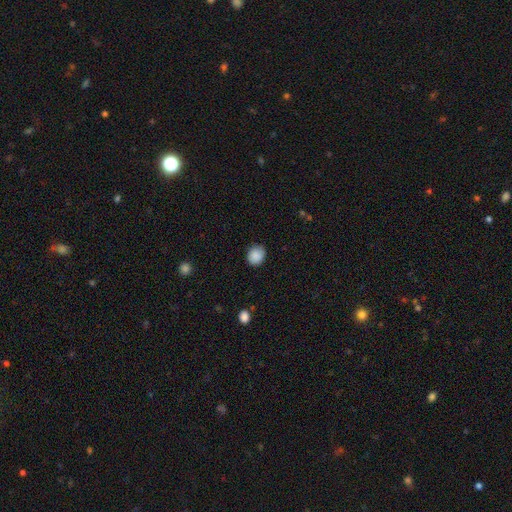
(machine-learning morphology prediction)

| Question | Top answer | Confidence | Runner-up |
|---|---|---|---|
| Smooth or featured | smooth | 88% | star or artifact (8%) |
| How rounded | round | 65% | in between (34%) |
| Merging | none | 83% | minor disturbance (13%) |